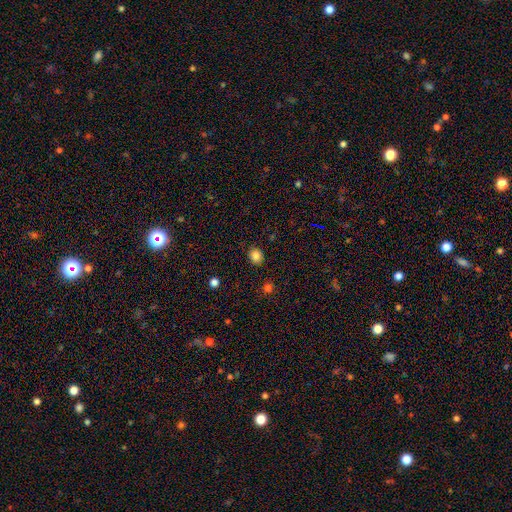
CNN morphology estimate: A smooth galaxy with no disk features (85%) that is round (59%).

Vote fractions:
- Smooth or featured? smooth: 85% / star or artifact: 11% / featured or disk: 4%
- How rounded? round: 59% / in between: 40% / cigar-shaped: 1%
- Merging? none: 87% / minor disturbance: 9% / major disturbance: 2% / merger: 1%